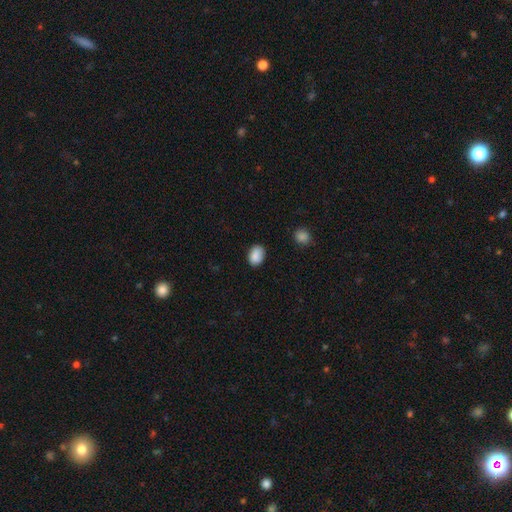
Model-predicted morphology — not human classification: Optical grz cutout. It shows a smooth galaxy with no disk features (88%) that is in between round and cigar-shaped (77%). Merging: none (80%).